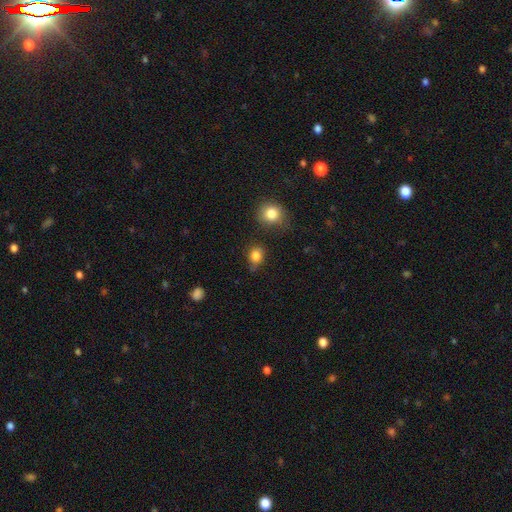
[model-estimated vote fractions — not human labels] This appears to be a smooth galaxy with no disk features (83%) that is round (57%). Merging: none (66%).